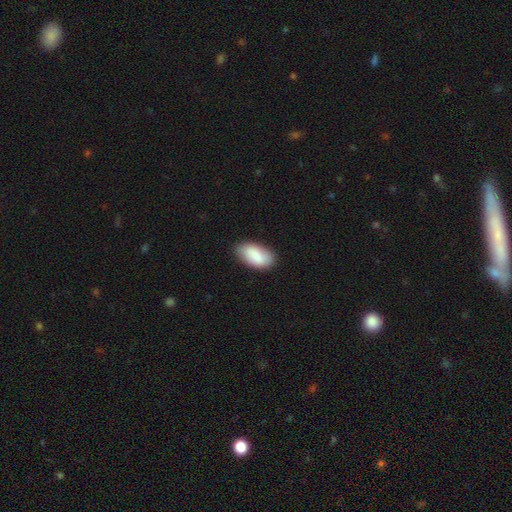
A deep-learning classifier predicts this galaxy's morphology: smooth-or-featured: smooth: 80% | featured or disk: 14% | star or artifact: 6%
  how-rounded: in between: 94% | round: 3% | cigar-shaped: 3%
  merging: none: 80% | minor disturbance: 15% | major disturbance: 3% | merger: 1%